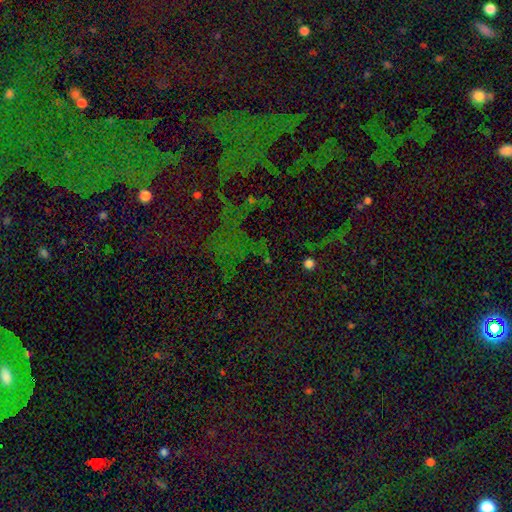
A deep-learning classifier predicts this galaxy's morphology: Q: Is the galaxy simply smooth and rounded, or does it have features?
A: star or artifact — 77%.